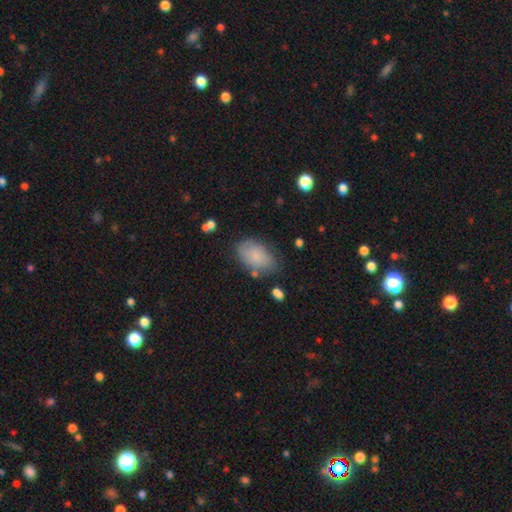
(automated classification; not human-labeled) This is clearly a smooth galaxy (80%). How rounded: clearly in between (91%). Merging: likely none (70%).